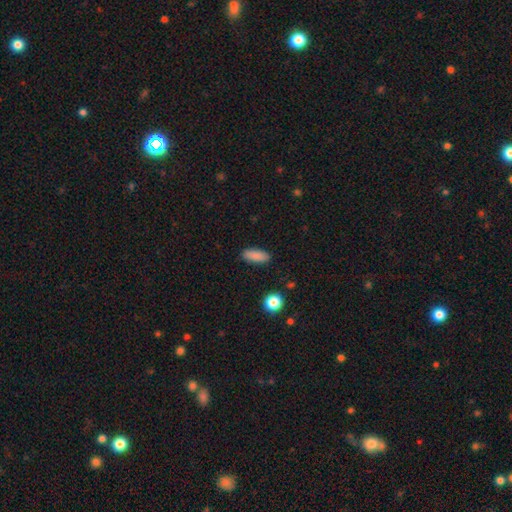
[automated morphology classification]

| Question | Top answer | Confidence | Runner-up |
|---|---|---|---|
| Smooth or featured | smooth | 87% | star or artifact (8%) |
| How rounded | in between | 76% | cigar-shaped (22%) |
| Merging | none | 89% | minor disturbance (8%) |